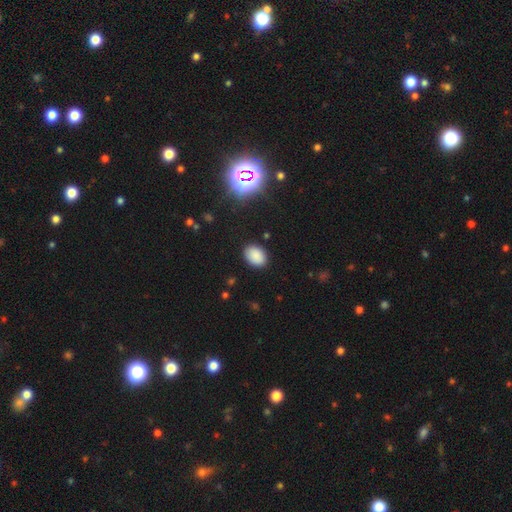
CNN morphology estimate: Smooth or featured? Predicted: smooth (p=0.85). How rounded? Predicted: in between (p=0.74). Merging? Predicted: none (p=0.87).